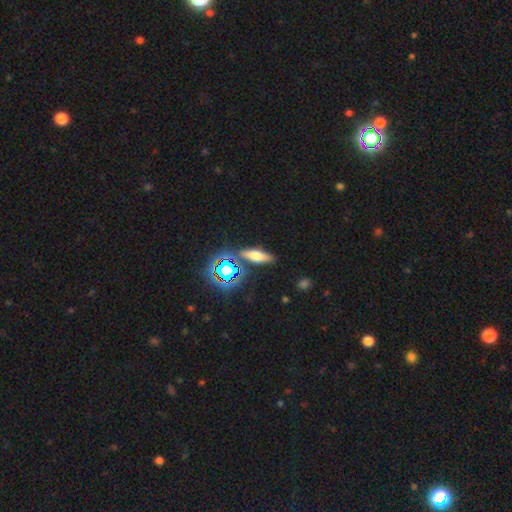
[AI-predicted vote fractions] smooth 52%, featured or disk 25%, star or artifact 23%. Down the decision tree: how rounded — cigar-shaped (52%); merging — none (81%).